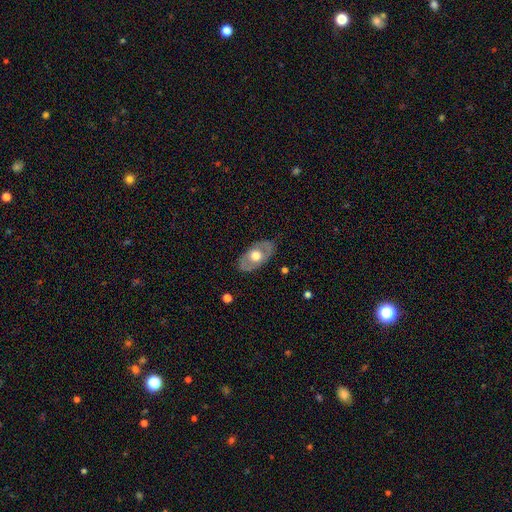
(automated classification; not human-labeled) Smooth or featured? featured or disk (51%)
Edge-on disk? no (84%)
Merging? none (81%)